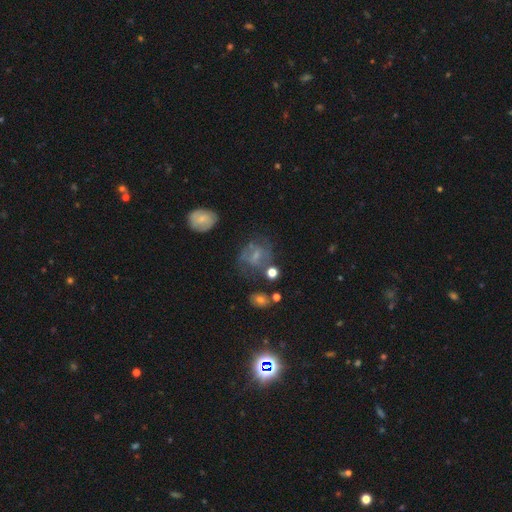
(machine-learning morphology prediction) featured or disk 45%, smooth 40%, star or artifact 15%. Down the decision tree: merging — none (47%).